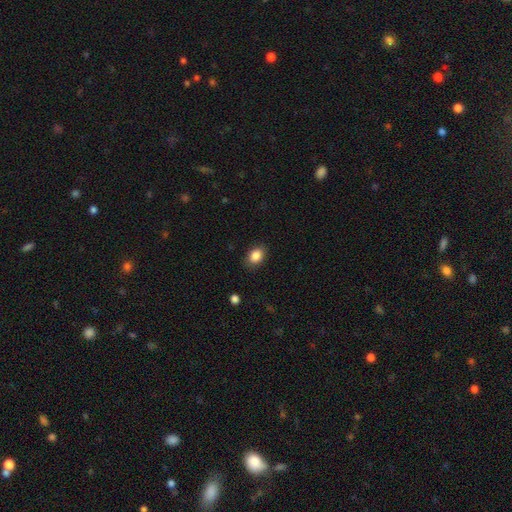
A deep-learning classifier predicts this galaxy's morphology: Overall: smooth (86%). How rounded: in between (69%; round 30%). Merging: none (85%).